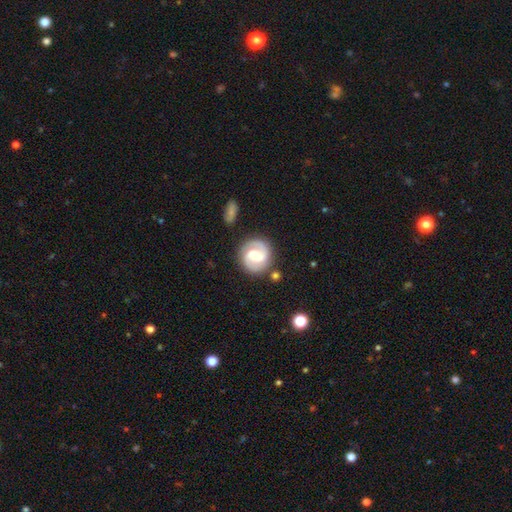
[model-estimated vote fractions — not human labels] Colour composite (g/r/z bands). It shows a featured or disk galaxy (83%) with a weak bar (49%), 2 (91%) medium (47%) spiral arms (97%) and a moderate central bulge (59%). Merging: none (83%).